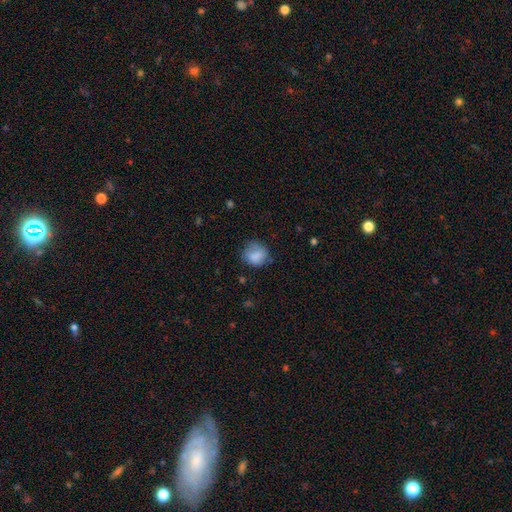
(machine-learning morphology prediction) Q: Smooth or featured?
A: smooth (80%); runner-up: featured or disk (11%)
Q: How rounded?
A: round (73%); runner-up: in between (26%)
Q: Merging?
A: none (61%); runner-up: minor disturbance (26%)